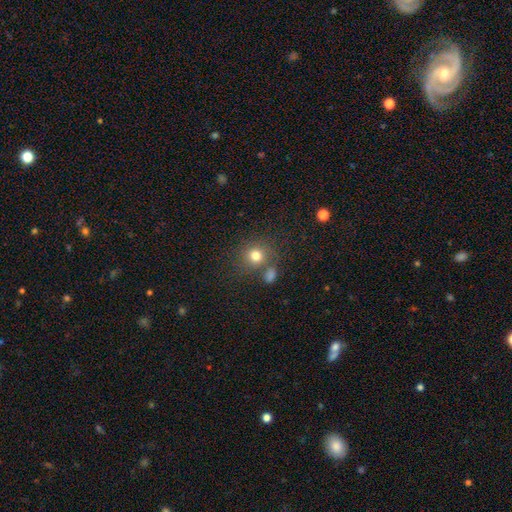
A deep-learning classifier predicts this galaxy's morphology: smooth_or_featured: smooth (p=0.77) [alt: star or artifact p=0.14]
how_rounded: round (p=0.85) [alt: in between p=0.14]
merging: none (p=0.70) [alt: merger p=0.15]